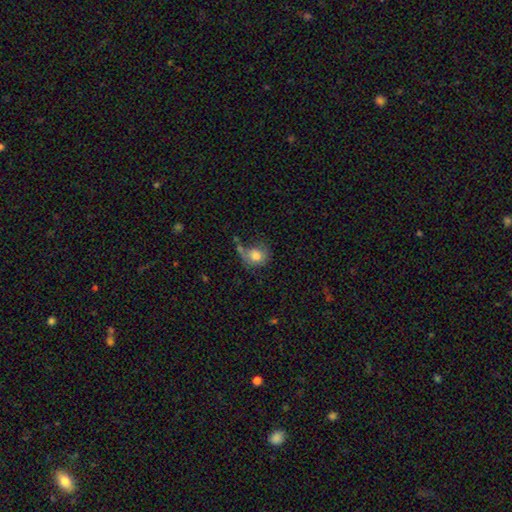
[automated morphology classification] The model was most divided on "merging": none: 43%, minor disturbance: 24%, major disturbance: 19%, merger: 13%. More confident: smooth or featured — smooth (77%); how rounded — round (75%).